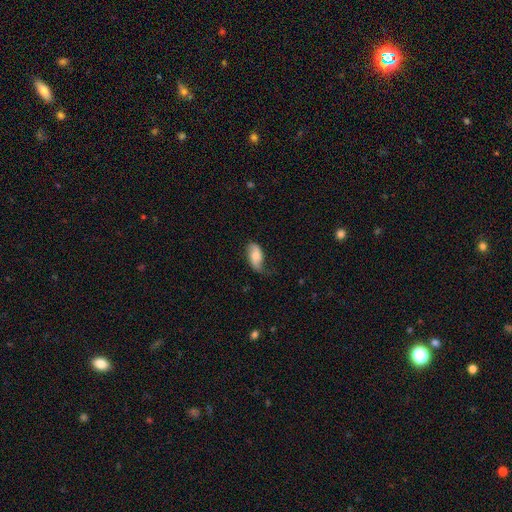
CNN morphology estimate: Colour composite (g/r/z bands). It shows a smooth galaxy with no disk features (56%) that is in between round and cigar-shaped (92%). Merging: none (52%).